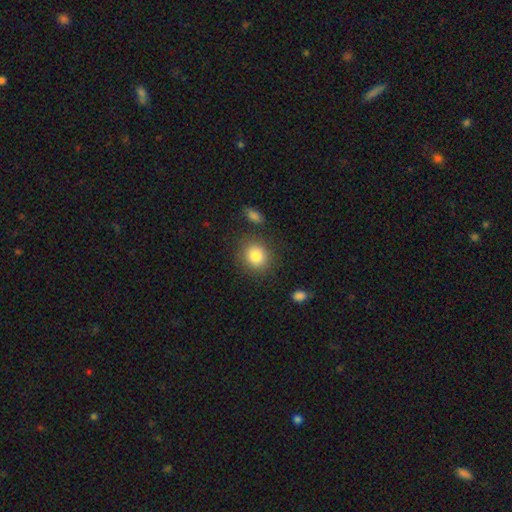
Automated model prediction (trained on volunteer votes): A smooth galaxy with no disk features (85%) that is round (79%). Merging: none (83%).